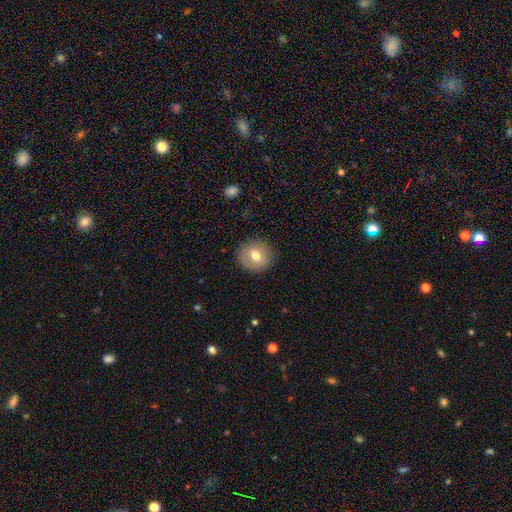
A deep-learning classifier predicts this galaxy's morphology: Overall: smooth (71%). How rounded: round (86%). Merging: none (87%).